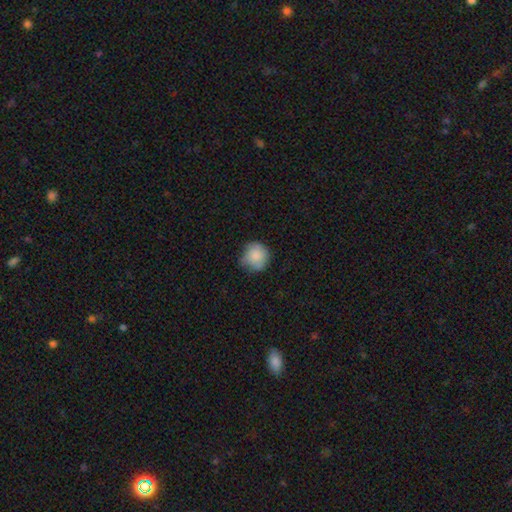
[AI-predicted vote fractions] smooth 83%, featured or disk 10%, star or artifact 7%. Down the decision tree: how rounded — round (88%); merging — none (63%).